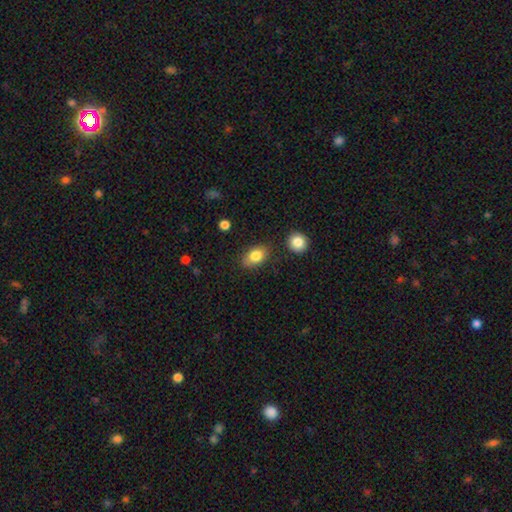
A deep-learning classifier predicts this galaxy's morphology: This appears to be a smooth galaxy with no disk features (82%) that is in between round and cigar-shaped (82%). Merging: none (79%).